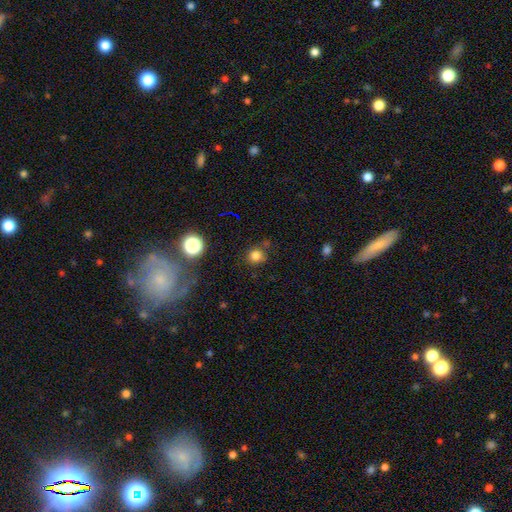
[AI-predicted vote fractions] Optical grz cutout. It shows a smooth galaxy with no disk features (78%) that is round (88%). Merging: none (80%).